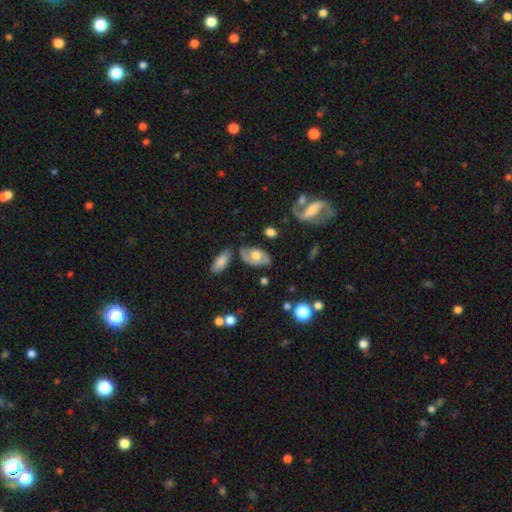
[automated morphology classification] Q: Smooth or featured?
A: featured or disk (56%); runner-up: smooth (38%)
Q: Edge-on disk?
A: no (89%); runner-up: yes (11%)
Q: Merging?
A: none (60%); runner-up: minor disturbance (24%)